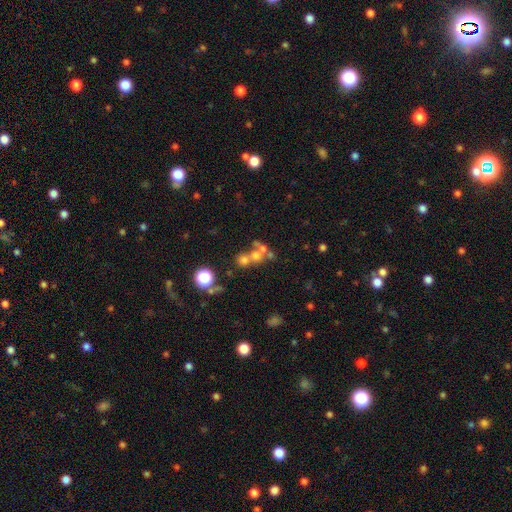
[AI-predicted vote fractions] smooth 53%, featured or disk 24%, star or artifact 23%. Down the decision tree: how rounded — round (80%); merging — merger (50%).